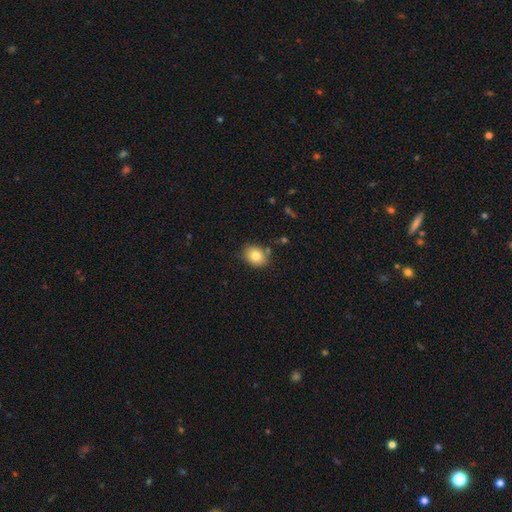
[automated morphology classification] smooth_or_featured: smooth (p=0.82) [alt: featured or disk p=0.09]
how_rounded: in between (p=0.53) [alt: round p=0.46]
merging: none (p=0.79) [alt: minor disturbance p=0.14]